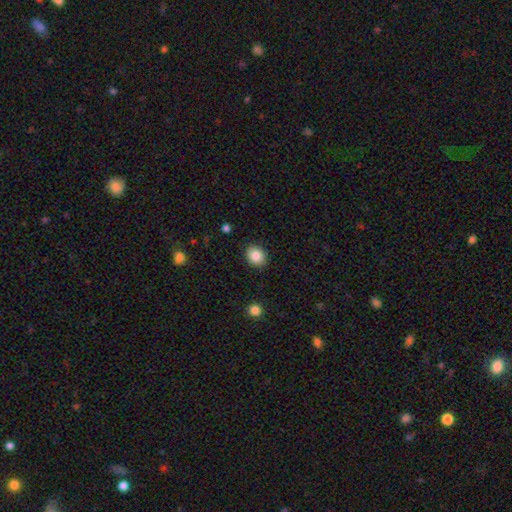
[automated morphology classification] Smooth or featured? smooth (85%)
How rounded? round (63%)
Merging? none (89%)